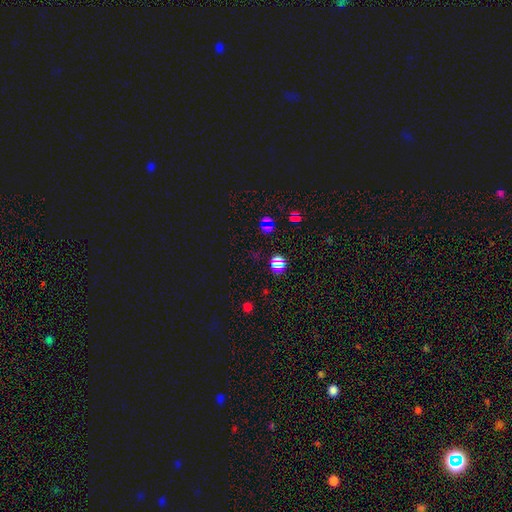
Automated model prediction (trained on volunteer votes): Q: Smooth or featured?
A: star or artifact (70%); runner-up: smooth (22%)